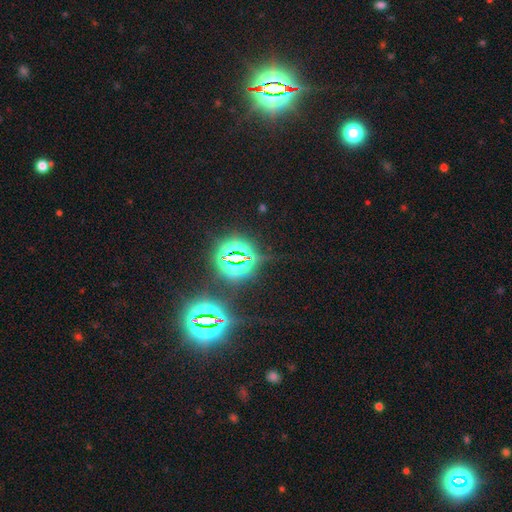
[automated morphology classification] This appears to be a star or artifact, not a galaxy (80%).